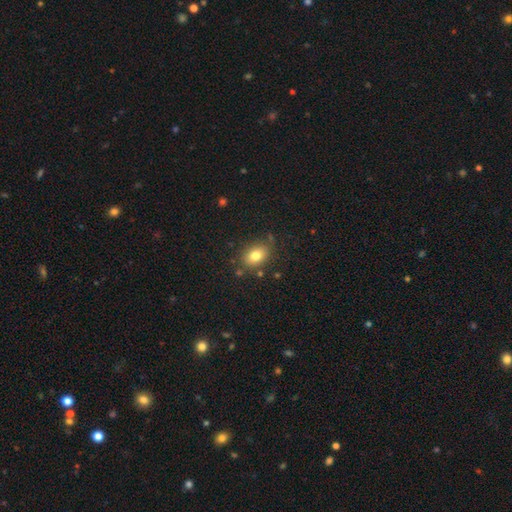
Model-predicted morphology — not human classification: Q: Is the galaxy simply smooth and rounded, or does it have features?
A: smooth — 80%.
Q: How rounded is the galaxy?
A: in between — 79%.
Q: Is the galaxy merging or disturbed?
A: none — 79%.